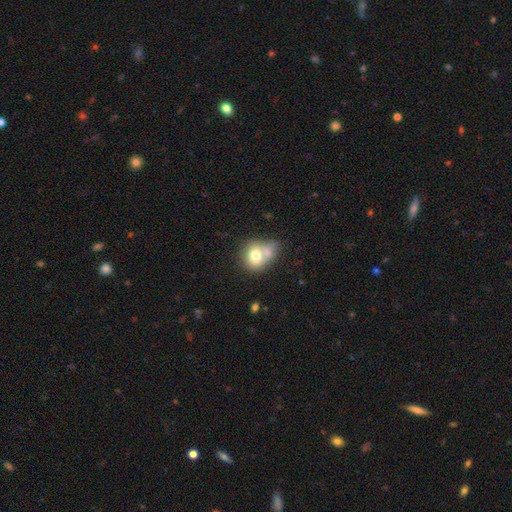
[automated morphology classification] This appears to be a smooth galaxy with no disk features (72%) that is round (68%). Merging: merger (46%).